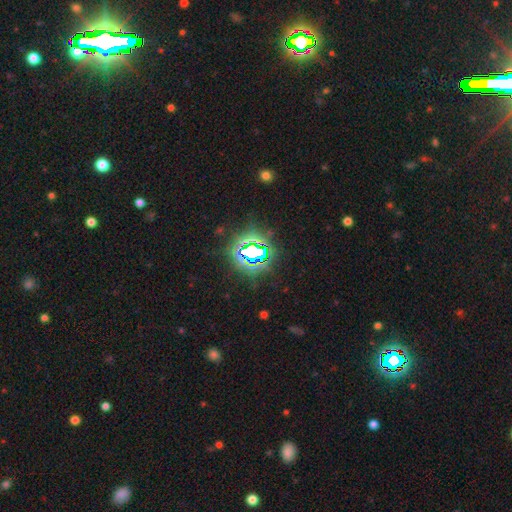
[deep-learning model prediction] Smooth or featured?
  - star or artifact: 77% *
  - smooth: 13%
  - featured or disk: 10%